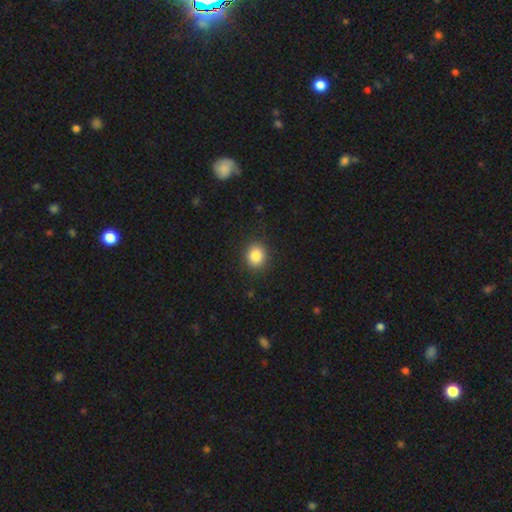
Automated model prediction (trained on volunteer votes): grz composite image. It shows a smooth galaxy with no disk features (85%) that is round (78%). Merging: none (90%).